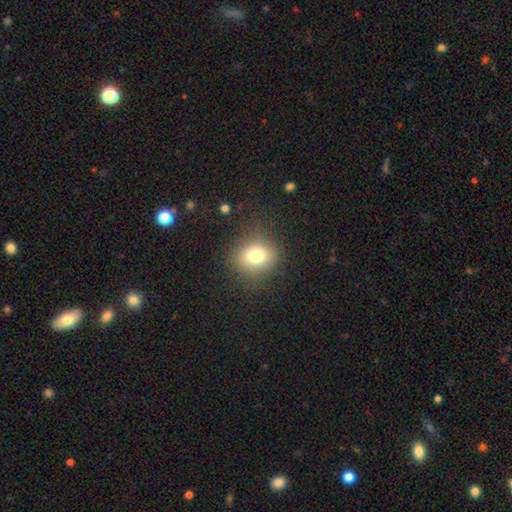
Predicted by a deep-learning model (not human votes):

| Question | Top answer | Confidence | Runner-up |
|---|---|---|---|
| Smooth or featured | smooth | 76% | star or artifact (14%) |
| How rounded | round | 74% | in between (25%) |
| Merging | none | 80% | minor disturbance (13%) |